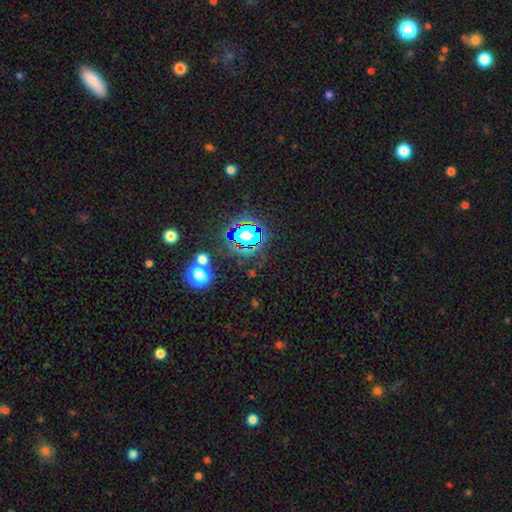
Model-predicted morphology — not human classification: This appears to be a star or artifact, not a galaxy (80%).